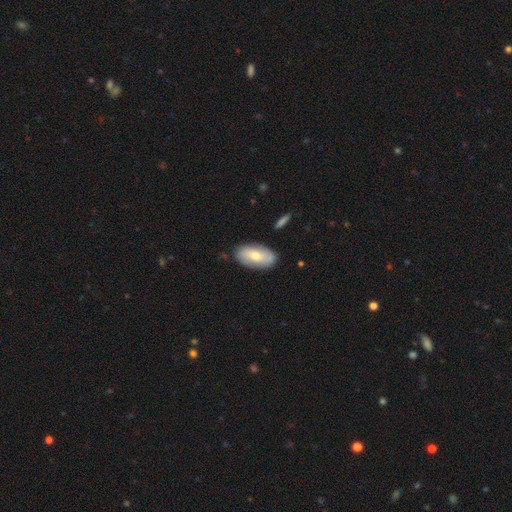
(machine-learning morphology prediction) smooth_or_featured: smooth (p=0.59) [alt: featured or disk p=0.35]
how_rounded: in between (p=0.93) [alt: cigar-shaped p=0.04]
merging: none (p=0.81) [alt: minor disturbance p=0.14]